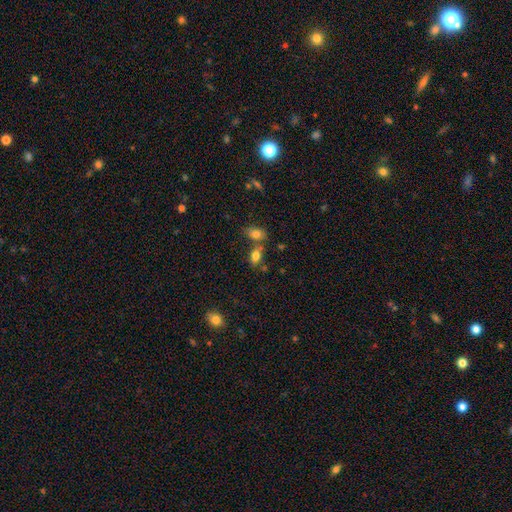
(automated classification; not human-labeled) A smooth galaxy with no disk features (80%) that is in between round and cigar-shaped (85%).

Vote fractions:
- Smooth or featured? smooth: 80% / star or artifact: 10% / featured or disk: 10%
- How rounded? in between: 85% / round: 12% / cigar-shaped: 3%
- Merging? none: 52% / merger: 32% / minor disturbance: 12% / major disturbance: 4%